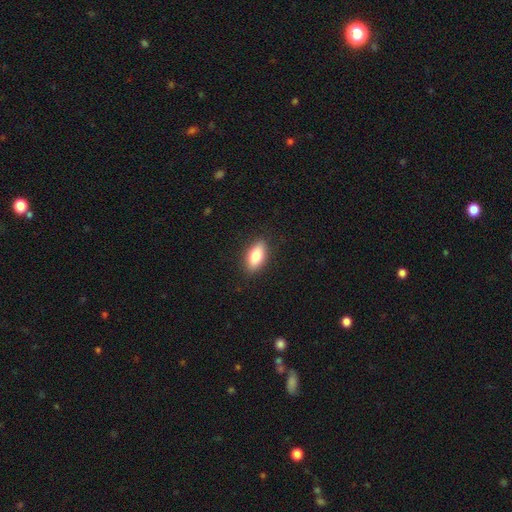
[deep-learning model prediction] Smooth or featured? Predicted: smooth (p=0.80). How rounded? Predicted: in between (p=0.85). Merging? Predicted: none (p=0.87).